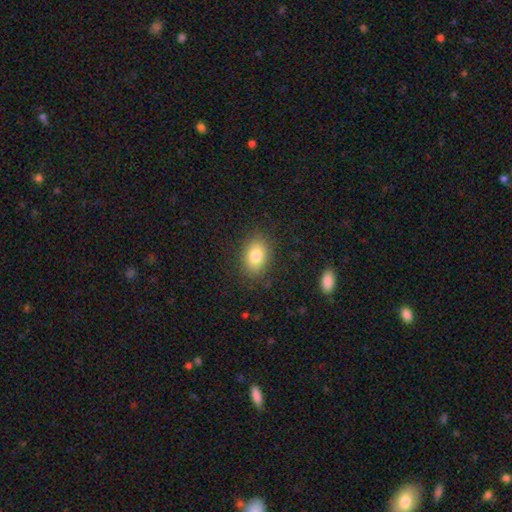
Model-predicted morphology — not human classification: smooth 80%, featured or disk 10%, star or artifact 9%. Down the decision tree: how rounded — in between (81%); merging — none (85%).